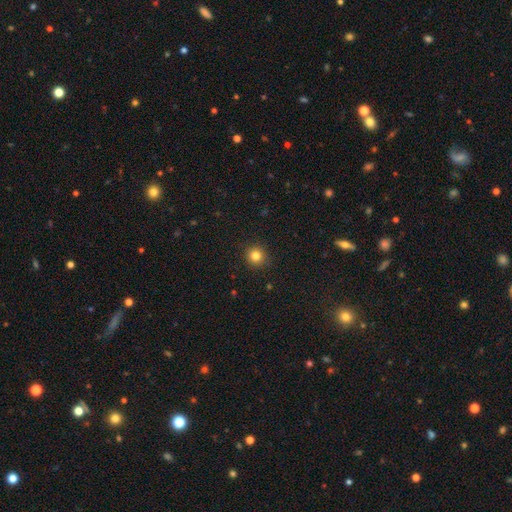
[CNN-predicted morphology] The model was most divided on "smooth or featured": smooth: 83%, star or artifact: 12%, featured or disk: 5%. More confident: how rounded — round (94%); merging — none (91%).